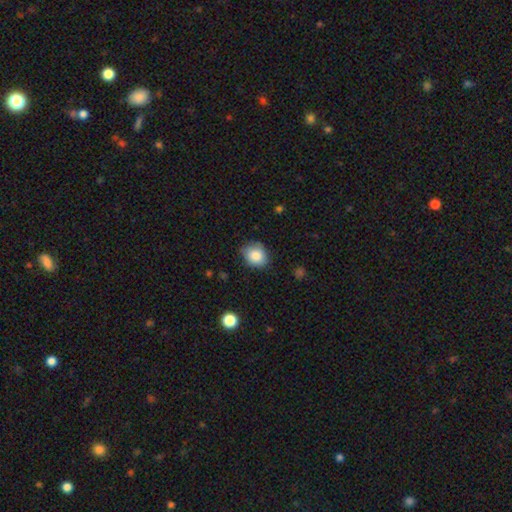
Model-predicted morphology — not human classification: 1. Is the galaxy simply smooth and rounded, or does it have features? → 84% smooth, 8% star or artifact, 8% featured or disk.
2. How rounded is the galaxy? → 57% round, 42% in between, 1% cigar-shaped.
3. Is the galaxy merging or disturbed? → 74% none, 21% minor disturbance, 4% major disturbance, 1% merger.